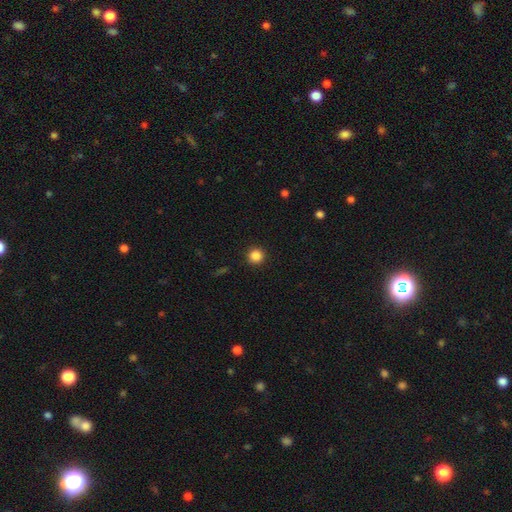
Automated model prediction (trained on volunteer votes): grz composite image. It shows a smooth galaxy with no disk features (86%) that is round (95%). Merging: none (92%).